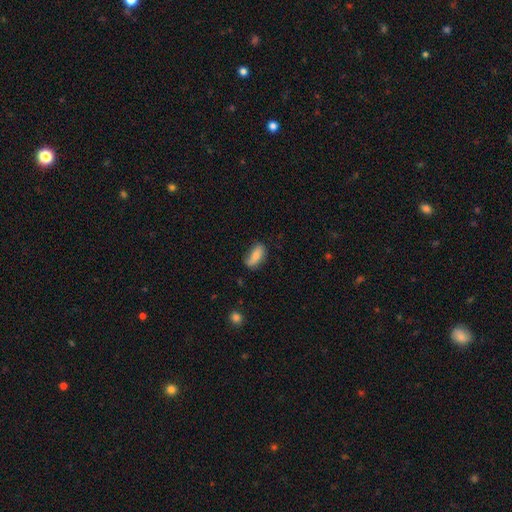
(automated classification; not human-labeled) A smooth galaxy with no disk features (71%) that is in between round and cigar-shaped (85%).

Vote fractions:
- Smooth or featured? smooth: 71% / featured or disk: 22% / star or artifact: 7%
- How rounded? in between: 85% / cigar-shaped: 12% / round: 4%
- Merging? none: 55% / minor disturbance: 31% / major disturbance: 11% / merger: 3%